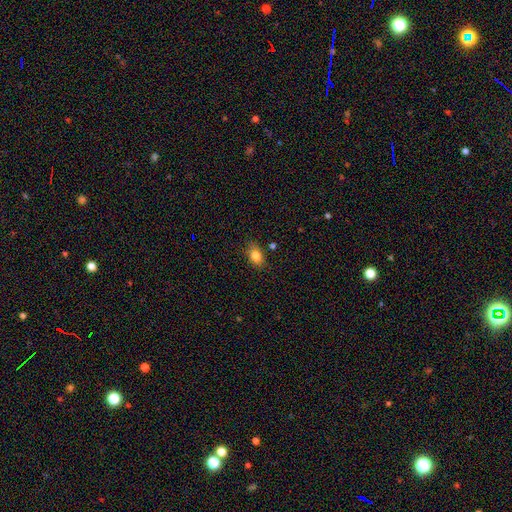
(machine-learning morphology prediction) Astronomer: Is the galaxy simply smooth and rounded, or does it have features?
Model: smooth — 84%.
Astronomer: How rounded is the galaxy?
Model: in between — 83%.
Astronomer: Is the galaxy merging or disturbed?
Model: none — 82%.